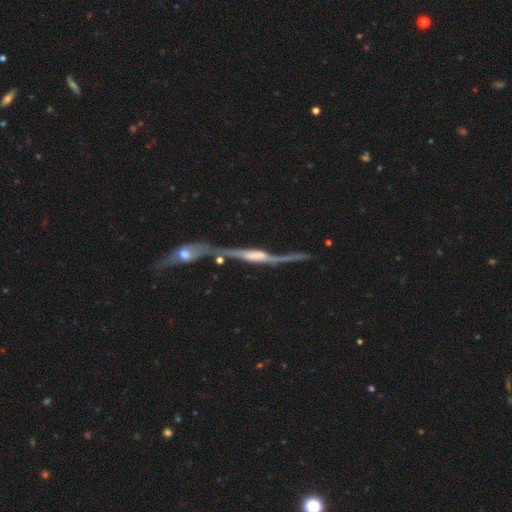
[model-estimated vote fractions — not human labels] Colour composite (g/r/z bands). It shows a featured or disk galaxy (82%) viewed edge-on (87%) with a rounded central bulge (46%). Merging: none (37%).